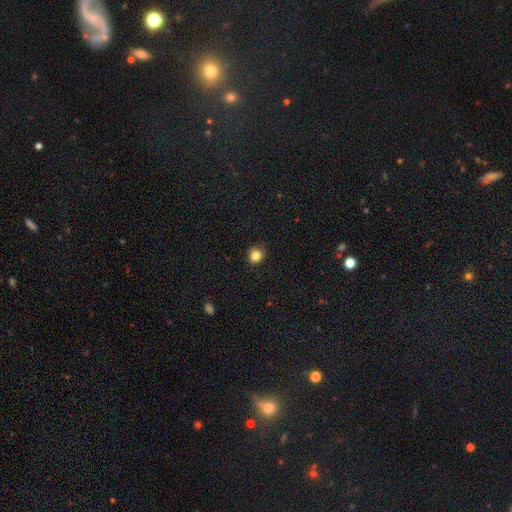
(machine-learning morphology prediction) smooth 83%, star or artifact 11%, featured or disk 5%. Down the decision tree: how rounded — round (81%); merging — none (83%).